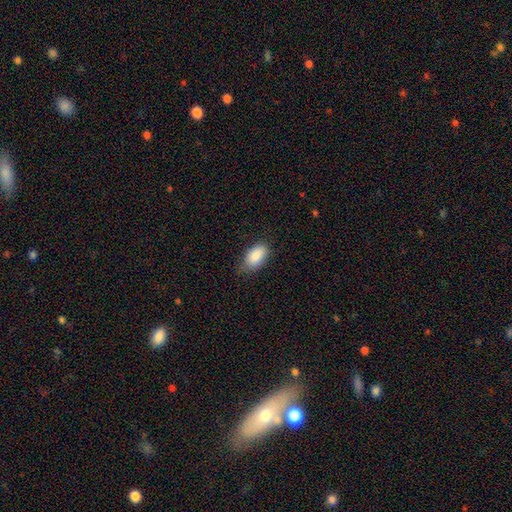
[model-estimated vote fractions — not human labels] A smooth galaxy with no disk features (88%) that is in between round and cigar-shaped (93%).

Vote fractions:
- Smooth or featured? smooth: 88% / star or artifact: 7% / featured or disk: 5%
- How rounded? in between: 93% / round: 5% / cigar-shaped: 2%
- Merging? none: 68% / minor disturbance: 26% / major disturbance: 4% / merger: 1%